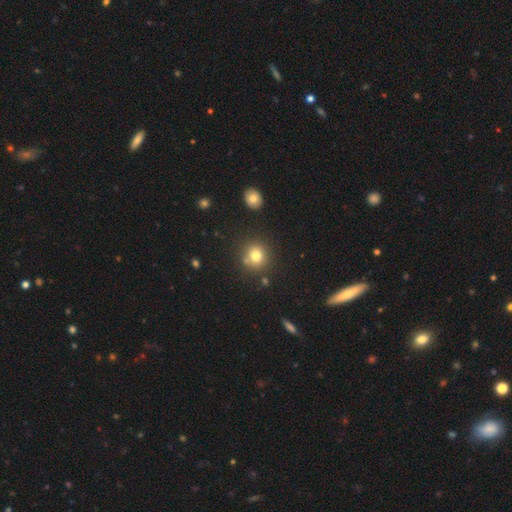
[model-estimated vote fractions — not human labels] This appears to be a smooth galaxy with no disk features (78%) that is round (90%). Merging: none (79%).